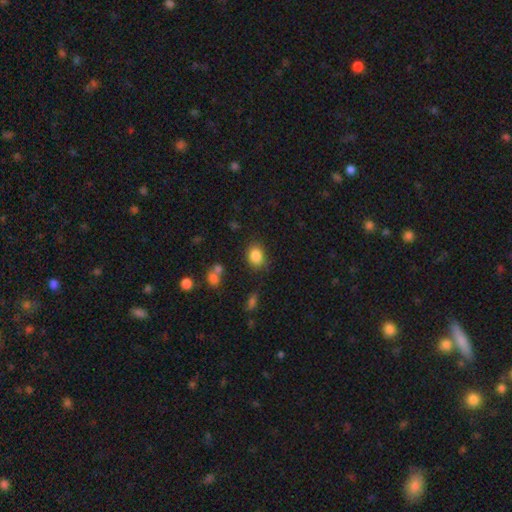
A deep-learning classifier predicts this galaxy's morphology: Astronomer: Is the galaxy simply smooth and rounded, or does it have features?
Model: smooth — 85%.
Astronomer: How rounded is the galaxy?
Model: in between — 59% (runner-up: round, 40%).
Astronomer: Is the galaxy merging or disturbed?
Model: none — 79%.